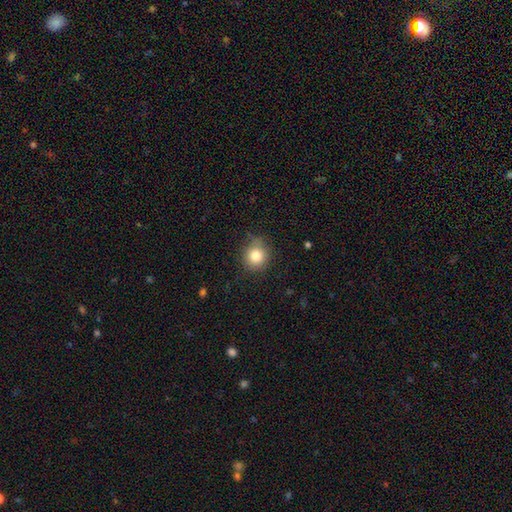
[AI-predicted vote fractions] smooth_or_featured: smooth (p=0.82) [alt: star or artifact p=0.10]
how_rounded: round (p=0.86) [alt: in between p=0.14]
merging: none (p=0.79) [alt: minor disturbance p=0.16]